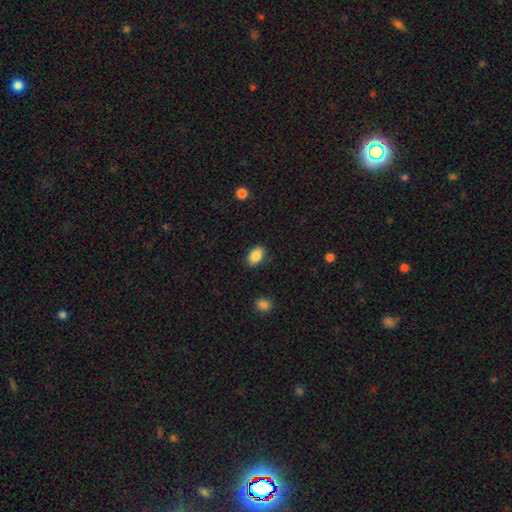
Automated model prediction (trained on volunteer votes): Overall: smooth (88%). How rounded: in between (89%). Merging: none (85%).